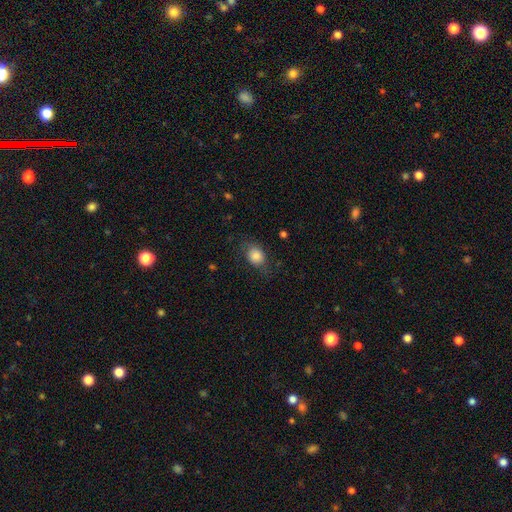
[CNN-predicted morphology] smooth 83%, featured or disk 9%, star or artifact 8%. Down the decision tree: how rounded — in between (58%); merging — none (71%).